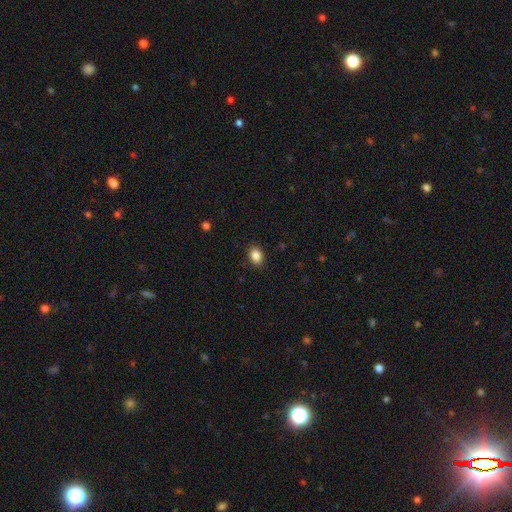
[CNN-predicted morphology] Smooth or featured? Predicted: smooth (p=0.86). How rounded? Predicted: in between (p=0.66). Merging? Predicted: none (p=0.87).